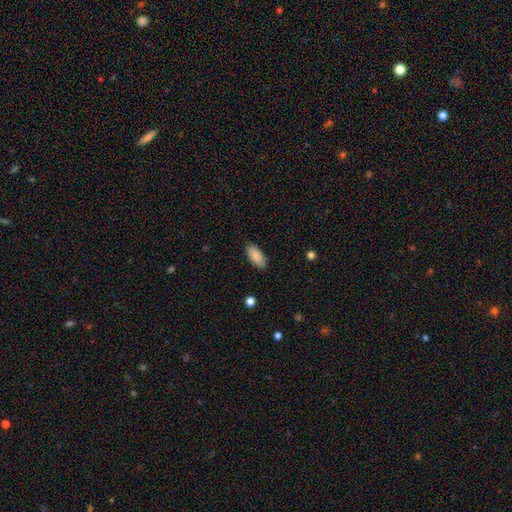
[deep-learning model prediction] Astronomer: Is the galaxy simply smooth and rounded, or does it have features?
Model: smooth — 89%.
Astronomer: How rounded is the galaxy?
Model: in between — 89%.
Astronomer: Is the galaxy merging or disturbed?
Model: none — 87%.